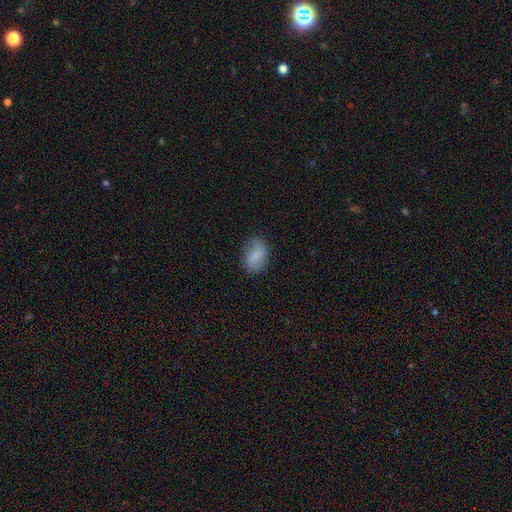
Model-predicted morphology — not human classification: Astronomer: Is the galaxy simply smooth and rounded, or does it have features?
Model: smooth — 77%.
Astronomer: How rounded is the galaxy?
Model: in between — 84%.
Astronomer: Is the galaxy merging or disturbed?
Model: none — 75%.